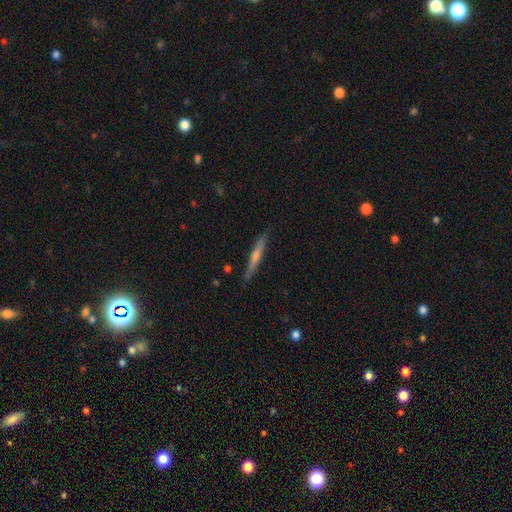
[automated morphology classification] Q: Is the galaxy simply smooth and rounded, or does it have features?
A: featured or disk — 58%.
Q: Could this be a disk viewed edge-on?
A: yes — 93%.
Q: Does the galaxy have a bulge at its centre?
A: rounded — 72%.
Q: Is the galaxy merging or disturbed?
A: none — 87%.